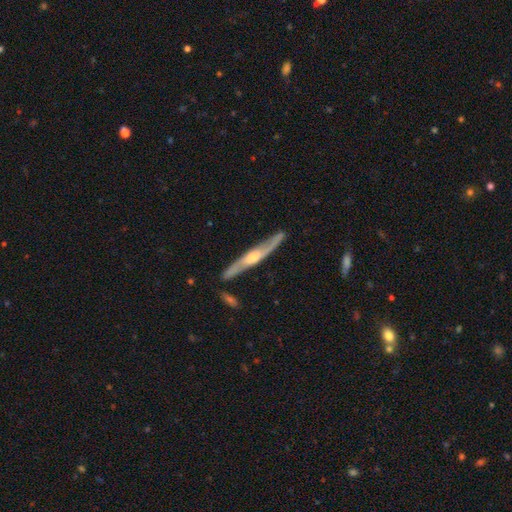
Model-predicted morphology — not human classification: type=featured or disk (81%); edge-on=yes (86%); edge-on bulge=rounded (83%); merging=none (80%).